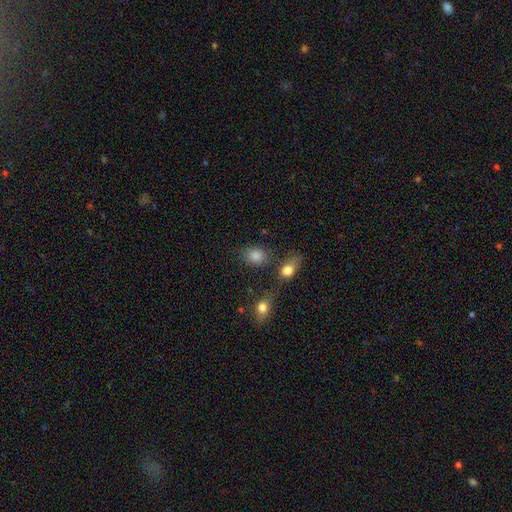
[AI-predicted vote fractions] Smooth or featured: smooth — 81% (star or artifact — 12%)
How rounded: round — 49% (tied with in between — 49%)
Merging: none — 66% (merger — 16%)